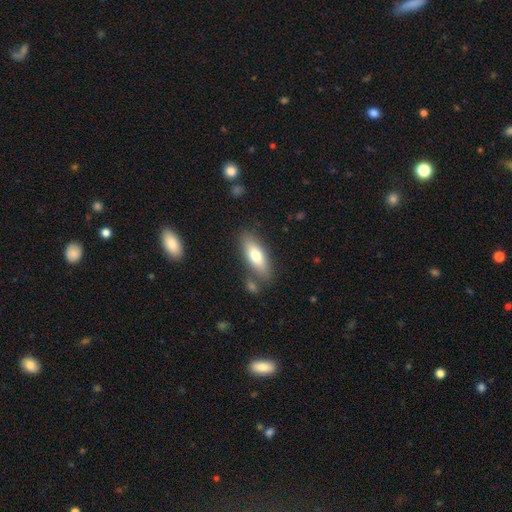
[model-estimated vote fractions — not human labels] This appears to be a smooth galaxy with no disk features (71%) that is in between round and cigar-shaped (67%). Merging: none (76%).